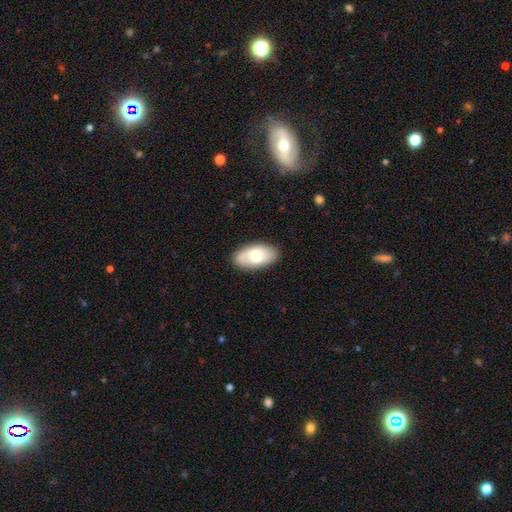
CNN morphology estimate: smooth-or-featured: smooth: 62% | featured or disk: 31% | star or artifact: 6%
  how-rounded: in between: 94% | round: 4% | cigar-shaped: 2%
  merging: none: 84% | minor disturbance: 12% | major disturbance: 3% | merger: 1%